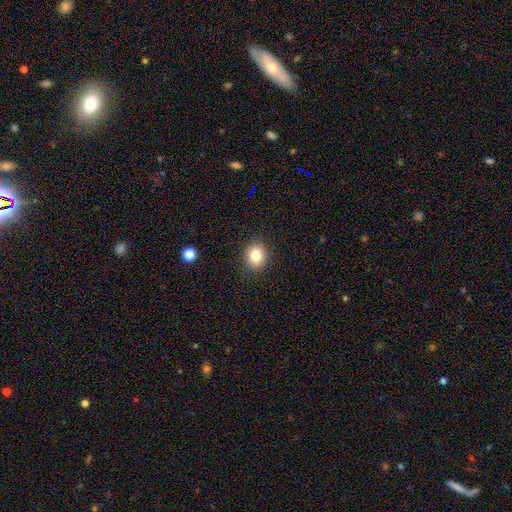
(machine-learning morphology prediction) A smooth galaxy with no disk features (81%) that is round (75%). Merging: none (91%).